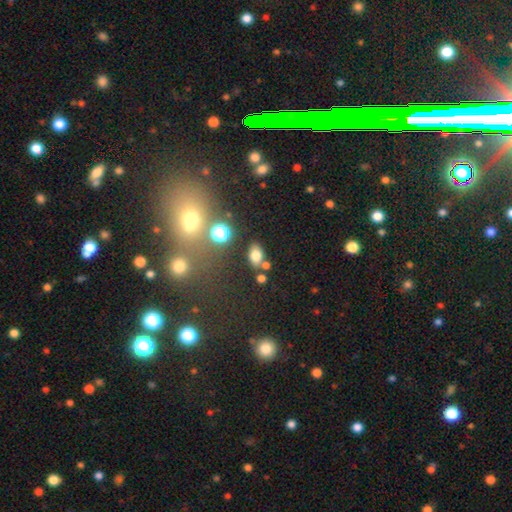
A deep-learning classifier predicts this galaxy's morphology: Smooth or featured? Predicted: smooth (p=0.75). How rounded? Predicted: in between (p=0.82). Merging? Predicted: none (p=0.73).